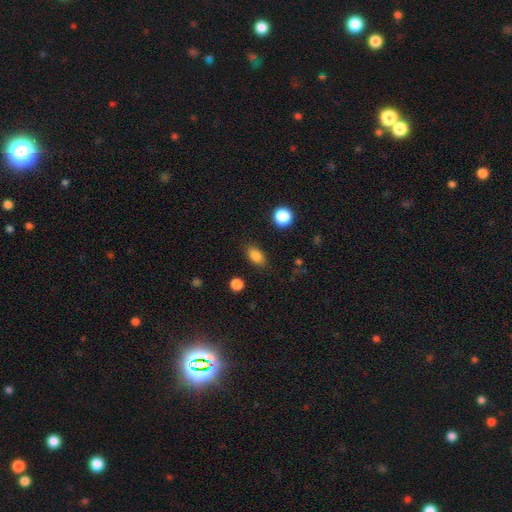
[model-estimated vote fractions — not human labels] This is clearly a smooth galaxy (85%). How rounded: clearly in between (83%). Merging: clearly none (85%).